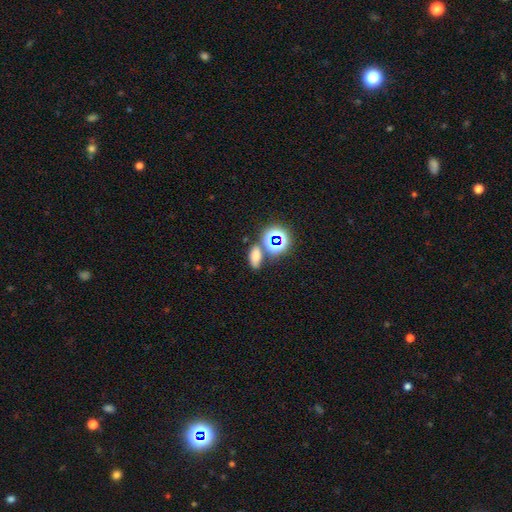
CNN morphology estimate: Smooth or featured? smooth (64%)
How rounded? in between (80%)
Merging? none (66%)